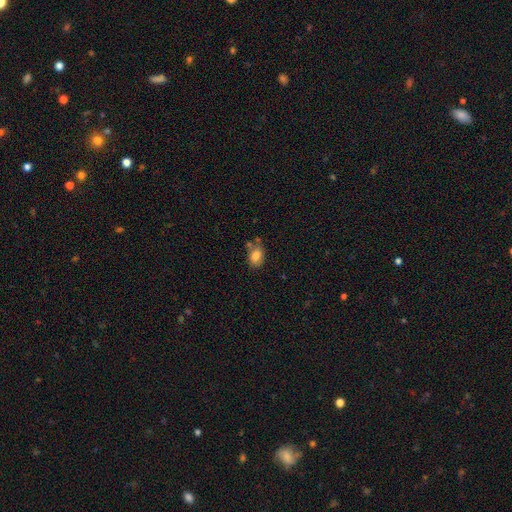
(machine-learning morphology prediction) smooth_or_featured: smooth (p=0.80) [alt: featured or disk p=0.11]
how_rounded: in between (p=0.80) [alt: round p=0.18]
merging: none (p=0.60) [alt: minor disturbance p=0.21]